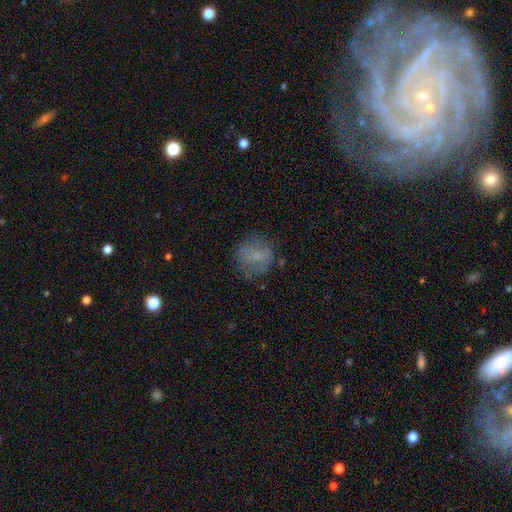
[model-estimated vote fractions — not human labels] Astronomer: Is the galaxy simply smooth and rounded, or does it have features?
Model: smooth — 61%.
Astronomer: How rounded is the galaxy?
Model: round — 75%.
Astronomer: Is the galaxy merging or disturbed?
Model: none — 68%.